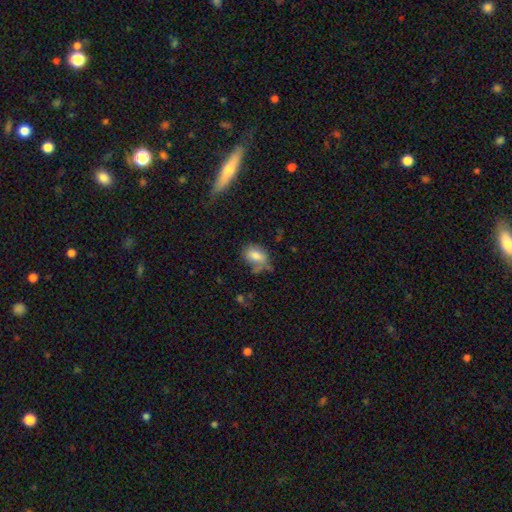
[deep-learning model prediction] A smooth galaxy with no disk features (78%) that is in between round and cigar-shaped (79%). Merging: none (48%).